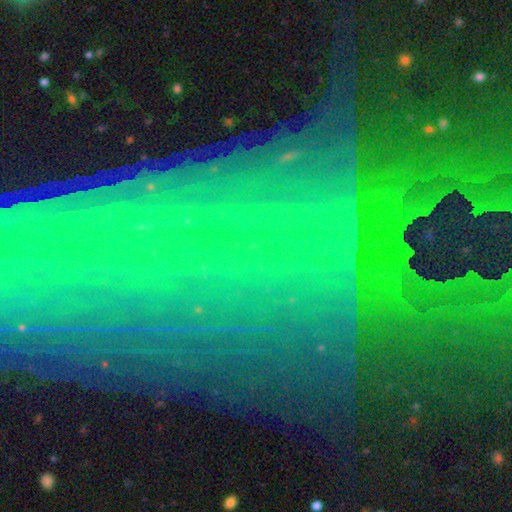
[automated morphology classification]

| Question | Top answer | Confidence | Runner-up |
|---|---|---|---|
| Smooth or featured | star or artifact | 73% | featured or disk (16%) |